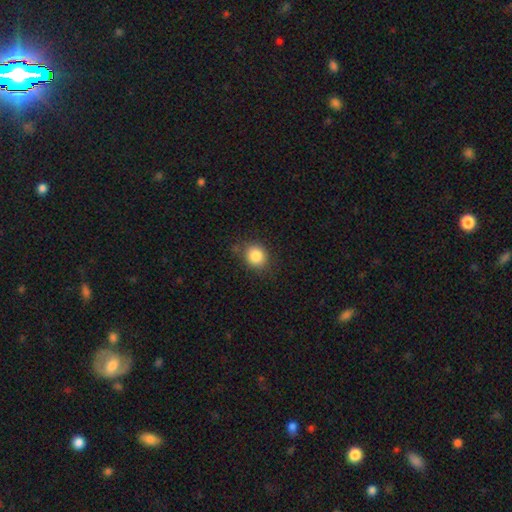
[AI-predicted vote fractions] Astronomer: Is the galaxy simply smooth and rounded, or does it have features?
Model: smooth — 85%.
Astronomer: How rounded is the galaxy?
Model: round — 73%.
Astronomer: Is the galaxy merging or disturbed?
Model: none — 79%.